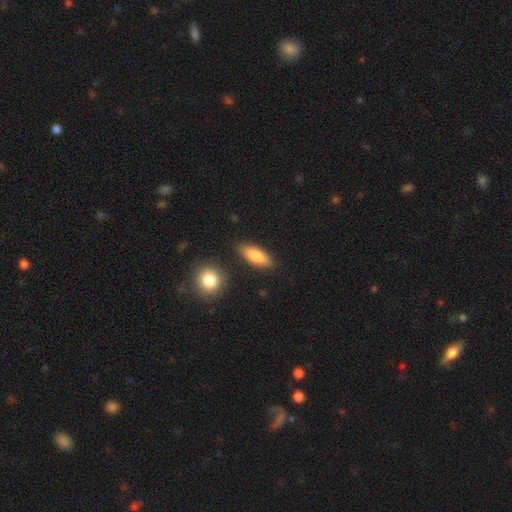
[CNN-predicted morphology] A smooth galaxy with no disk features (81%) that is in between round and cigar-shaped (69%).

Vote fractions:
- Smooth or featured? smooth: 81% / featured or disk: 13% / star or artifact: 6%
- How rounded? in between: 69% / cigar-shaped: 28% / round: 3%
- Merging? none: 82% / minor disturbance: 11% / merger: 4% / major disturbance: 3%